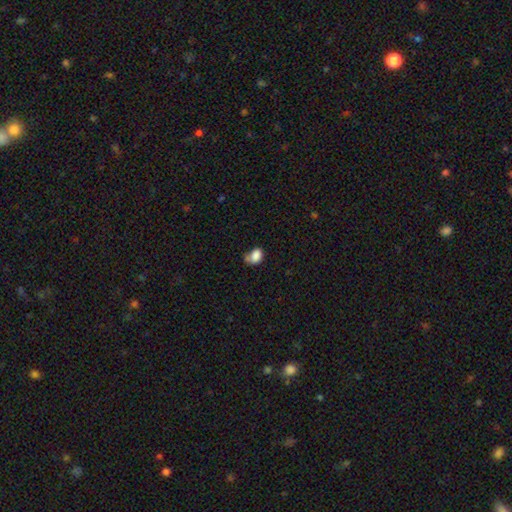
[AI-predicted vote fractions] smooth-or-featured: smooth: 82% | featured or disk: 10% | star or artifact: 9%
  how-rounded: in between: 73% | round: 25% | cigar-shaped: 1%
  merging: none: 37% | minor disturbance: 32% | major disturbance: 20% | merger: 11%